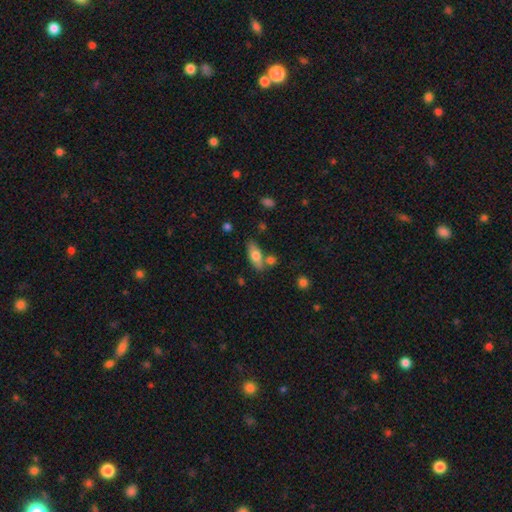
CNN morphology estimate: This is likely a smooth galaxy (71%). How rounded: likely in between (76%). Merging: likely none (69%).